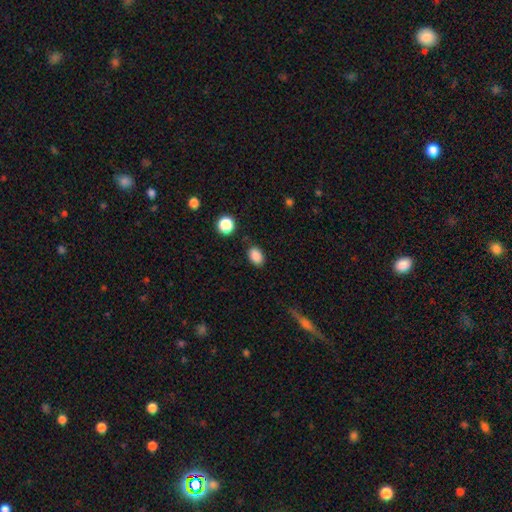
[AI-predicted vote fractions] Smooth or featured?
  - smooth: 87% *
  - star or artifact: 10%
  - featured or disk: 3%
How rounded?
  - in between: 80% *
  - round: 18%
  - cigar-shaped: 1%
Merging?
  - none: 84% *
  - minor disturbance: 11%
  - major disturbance: 3%
  - merger: 2%